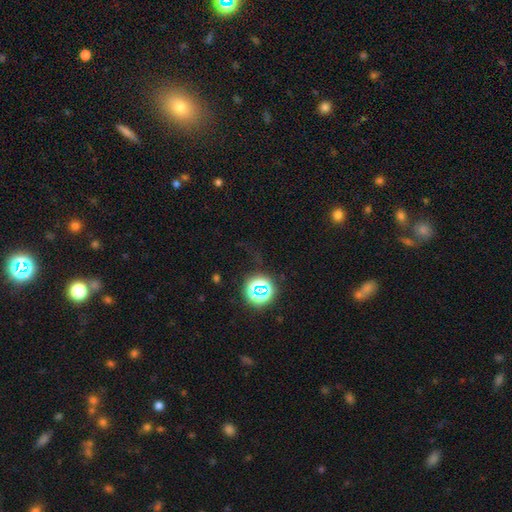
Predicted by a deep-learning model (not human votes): A star or artifact, not a galaxy (68%).